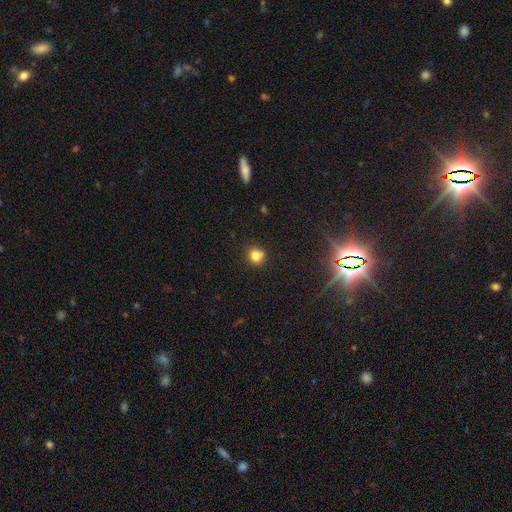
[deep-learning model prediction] Overall: smooth (79%). How rounded: round (85%). Merging: none (72%).